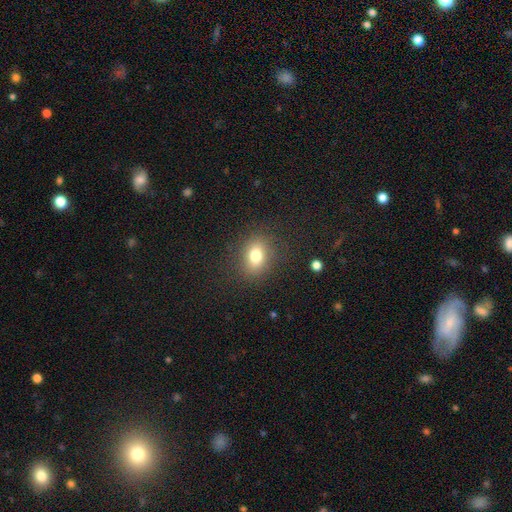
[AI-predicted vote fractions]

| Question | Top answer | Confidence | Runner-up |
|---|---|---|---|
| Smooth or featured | smooth | 77% | star or artifact (12%) |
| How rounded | in between | 58% | round (41%) |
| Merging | none | 84% | minor disturbance (10%) |